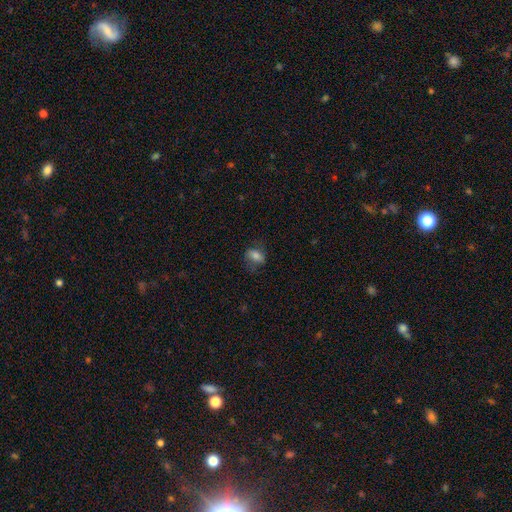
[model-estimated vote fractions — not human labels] Overall: smooth (74%). How rounded: in between (80%). Merging: none (67%).